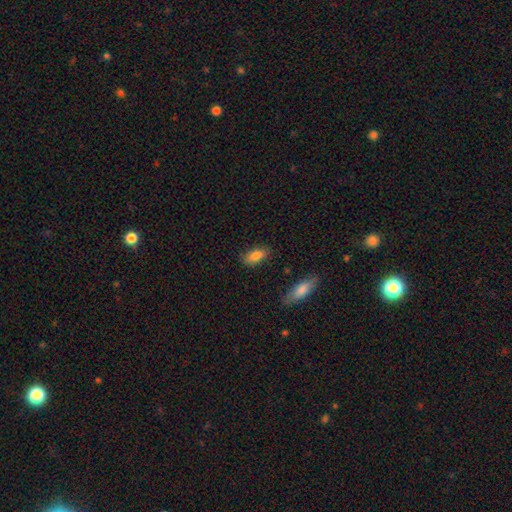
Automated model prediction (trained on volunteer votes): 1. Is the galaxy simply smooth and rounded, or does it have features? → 85% smooth, 8% star or artifact, 7% featured or disk.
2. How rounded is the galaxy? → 86% in between, 10% cigar-shaped, 3% round.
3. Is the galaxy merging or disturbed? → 82% none, 13% minor disturbance, 3% major disturbance, 2% merger.